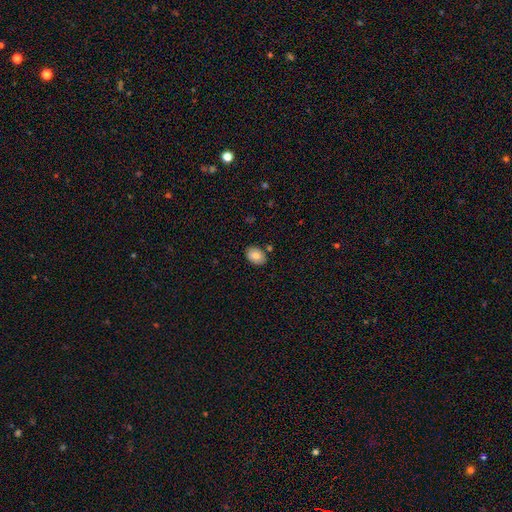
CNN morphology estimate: Smooth or featured: smooth — 78% (featured or disk — 14%)
How rounded: in between — 78% (round — 21%)
Merging: none — 82% (minor disturbance — 11%)